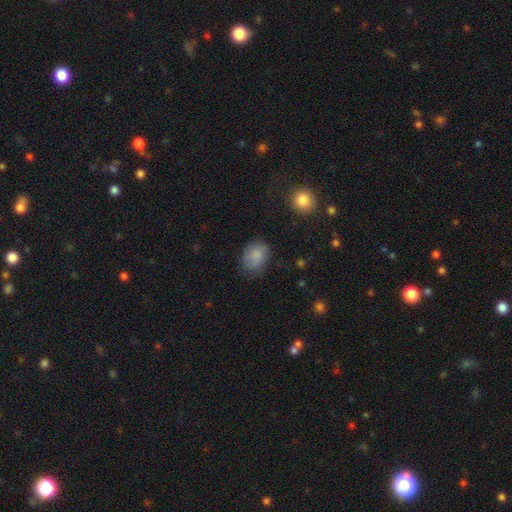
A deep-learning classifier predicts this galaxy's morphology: A smooth galaxy with no disk features (80%) that is in between round and cigar-shaped (66%). Merging: none (67%).